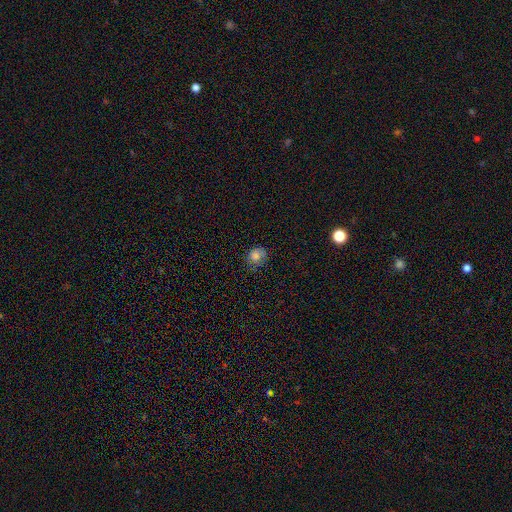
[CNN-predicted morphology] This is likely a smooth galaxy (79%). How rounded: likely round (76%). Merging: likely none (72%).